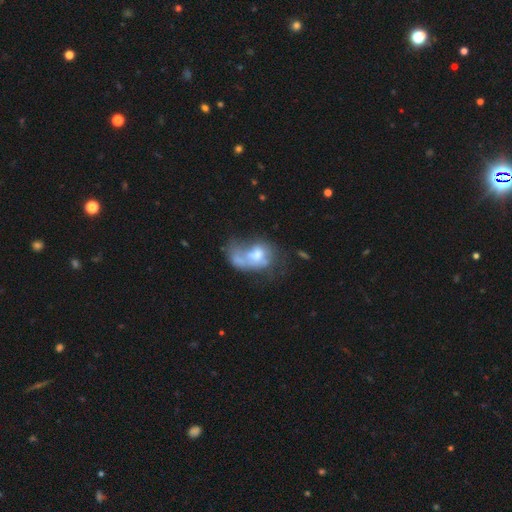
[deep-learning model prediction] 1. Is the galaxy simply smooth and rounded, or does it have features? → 50% featured or disk, 40% smooth, 10% star or artifact.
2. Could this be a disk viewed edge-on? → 97% no, 3% yes.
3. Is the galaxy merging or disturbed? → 39% major disturbance, 28% merger, 18% none, 14% minor disturbance.